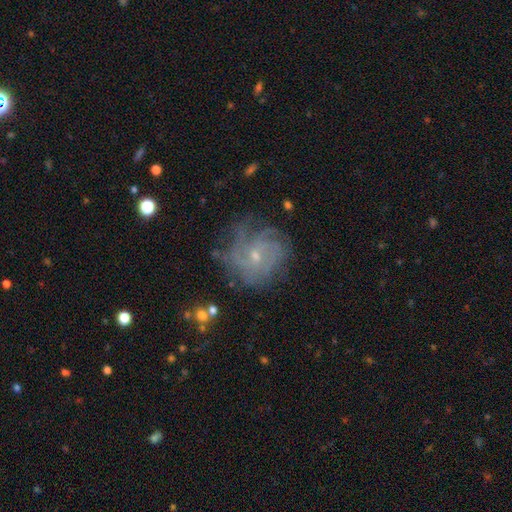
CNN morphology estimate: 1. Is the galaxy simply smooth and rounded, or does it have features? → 75% featured or disk, 13% smooth, 12% star or artifact.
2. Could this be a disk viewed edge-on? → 97% no, 3% yes.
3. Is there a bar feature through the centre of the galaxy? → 73% no, 23% weak, 4% strong.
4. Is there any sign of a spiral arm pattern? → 91% yes, 9% no.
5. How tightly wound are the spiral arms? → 57% tight, 31% medium, 11% loose.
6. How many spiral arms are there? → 42% can't tell, 17% 4, 15% 3, 10% 2, 10% more than 4, 7% 1.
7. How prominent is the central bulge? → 71% small, 25% moderate, 2% none, 1% large, 1% dominant.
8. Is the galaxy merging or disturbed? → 67% none, 20% minor disturbance, 11% major disturbance, 2% merger.